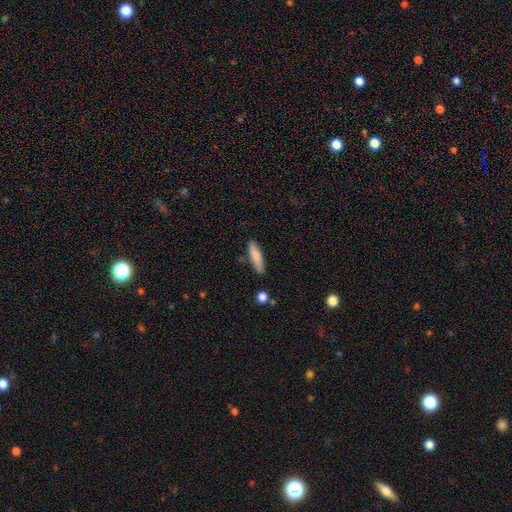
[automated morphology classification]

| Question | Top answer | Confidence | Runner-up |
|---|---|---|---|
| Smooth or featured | smooth | 78% | featured or disk (15%) |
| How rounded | cigar-shaped | 73% | in between (26%) |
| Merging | none | 77% | minor disturbance (16%) |